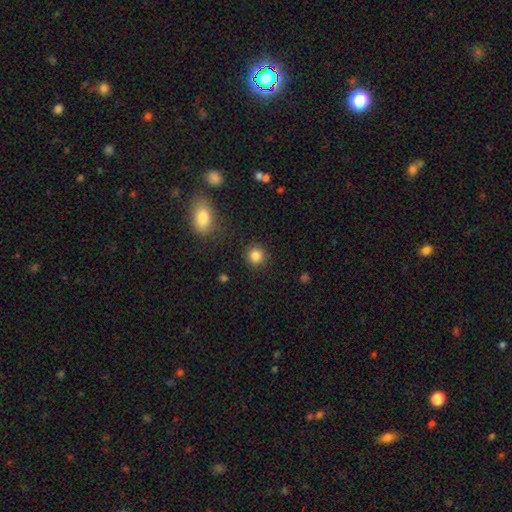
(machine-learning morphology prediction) Overall: smooth (85%). How rounded: round (92%). Merging: none (90%).